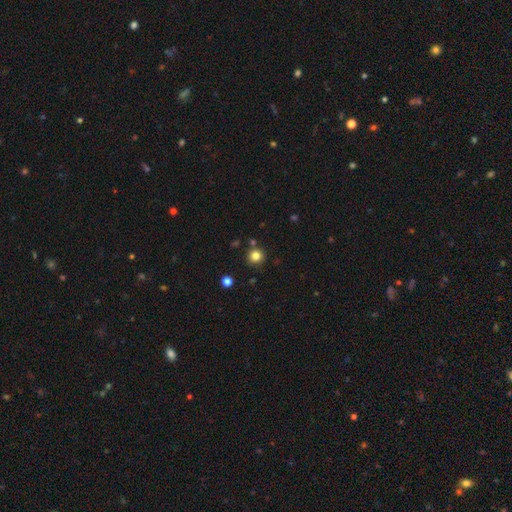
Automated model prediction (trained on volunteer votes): This appears to be a smooth galaxy with no disk features (81%) that is round (94%). Merging: none (86%).